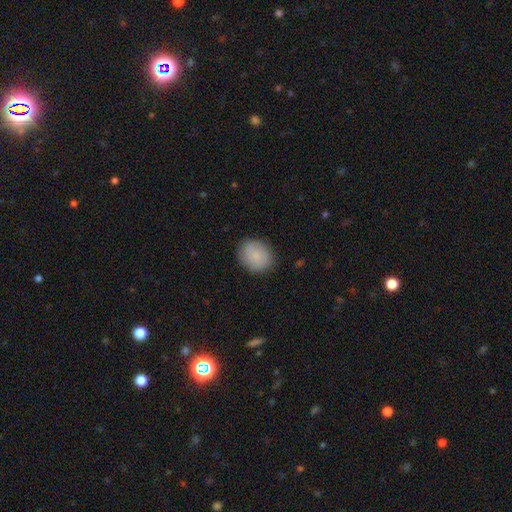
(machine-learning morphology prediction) This is clearly a smooth galaxy (81%). How rounded: likely round (67%). Merging: clearly none (85%).